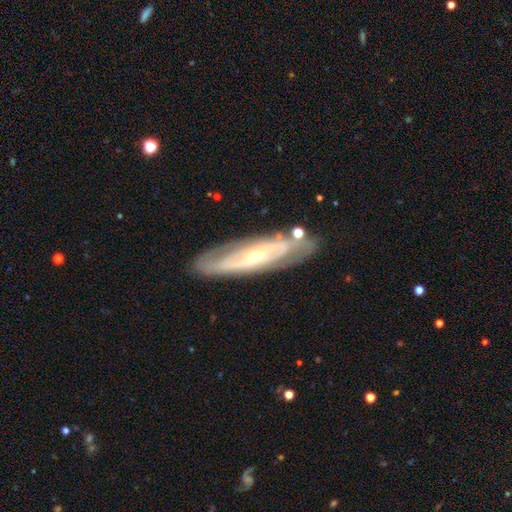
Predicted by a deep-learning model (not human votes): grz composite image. It shows a featured or disk galaxy (79%) with no bar (62%), spiral arms (74%) and a small central bulge (69%). Merging: none (78%).